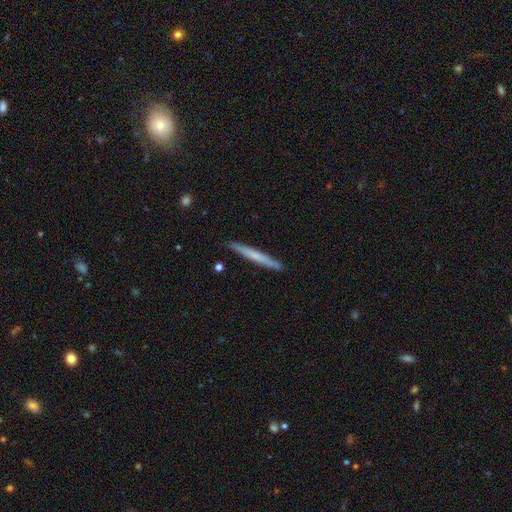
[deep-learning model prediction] Smooth or featured?
  - smooth: 57% *
  - featured or disk: 38%
  - star or artifact: 5%
How rounded?
  - cigar-shaped: 97% *
  - in between: 2%
  - round: 1%
Merging?
  - none: 90% *
  - minor disturbance: 7%
  - merger: 1%
  - major disturbance: 1%